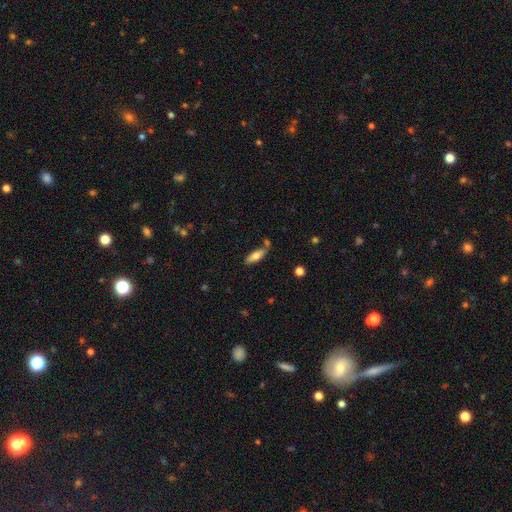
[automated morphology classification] This appears to be a smooth galaxy with no disk features (69%) that is in between round and cigar-shaped (57%). Merging: none (69%).